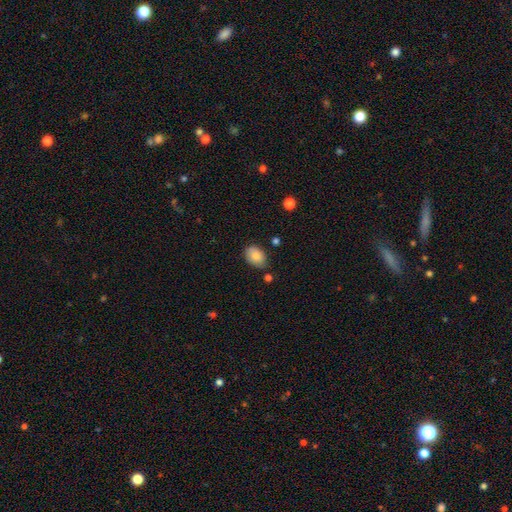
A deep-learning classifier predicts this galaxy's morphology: Smooth or featured: smooth — 83% (featured or disk — 9%)
How rounded: in between — 83% (round — 16%)
Merging: none — 73% (minor disturbance — 19%)